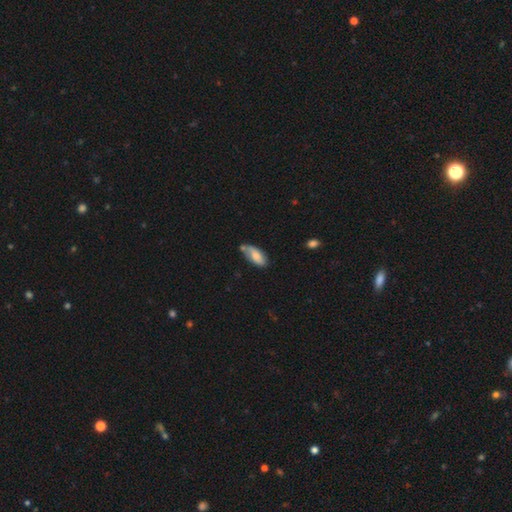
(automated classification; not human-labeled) smooth_or_featured: smooth (p=0.65) [alt: featured or disk p=0.28]
how_rounded: in between (p=0.87) [alt: cigar-shaped p=0.11]
merging: none (p=0.53) [alt: minor disturbance p=0.31]